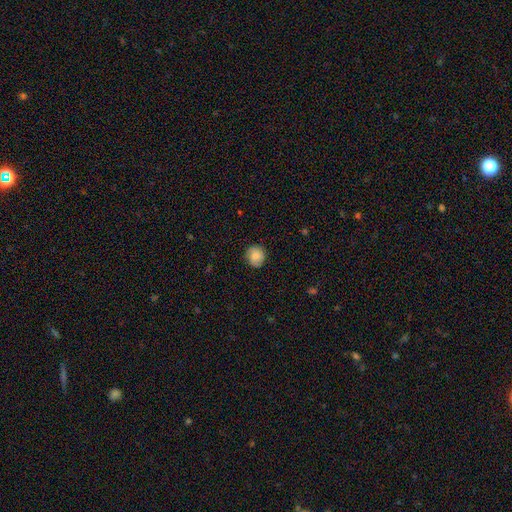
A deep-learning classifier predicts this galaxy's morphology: smooth_or_featured: smooth (p=0.82) [alt: featured or disk p=0.10]
how_rounded: round (p=0.86) [alt: in between p=0.13]
merging: none (p=0.83) [alt: minor disturbance p=0.13]